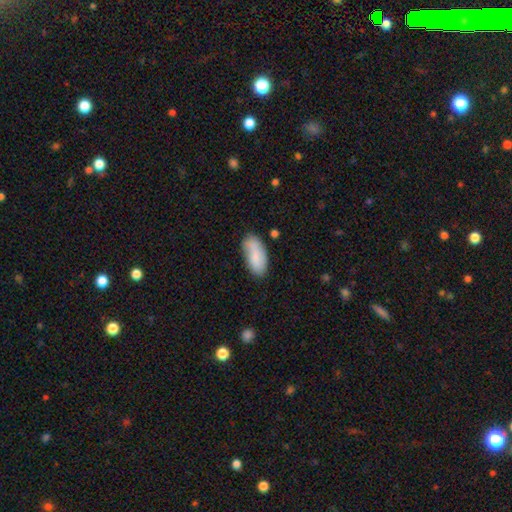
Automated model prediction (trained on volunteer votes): Smooth or featured? Predicted: smooth (p=0.79). How rounded? Predicted: in between (p=0.90). Merging? Predicted: none (p=0.67).